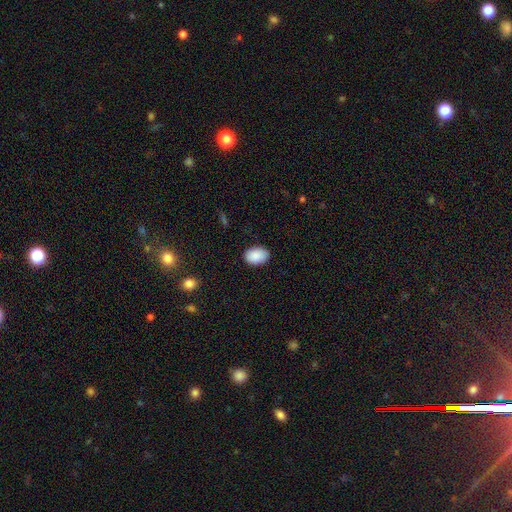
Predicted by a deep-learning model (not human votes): The model was most divided on "how rounded": in between: 87%, round: 12%, cigar-shaped: 1%. More confident: smooth or featured — smooth (90%); merging — none (87%).